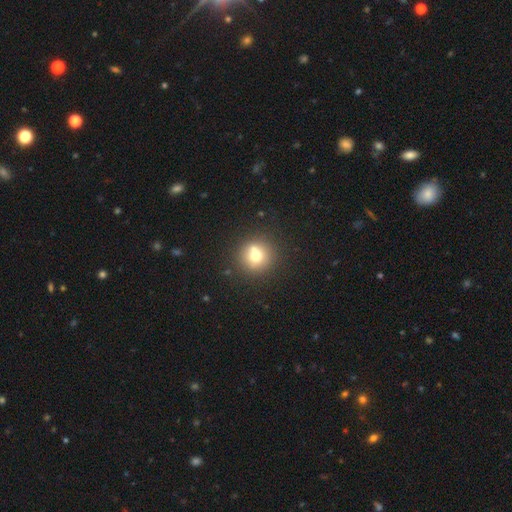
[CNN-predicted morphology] Overall: smooth (67%). How rounded: round (92%). Merging: none (68%).